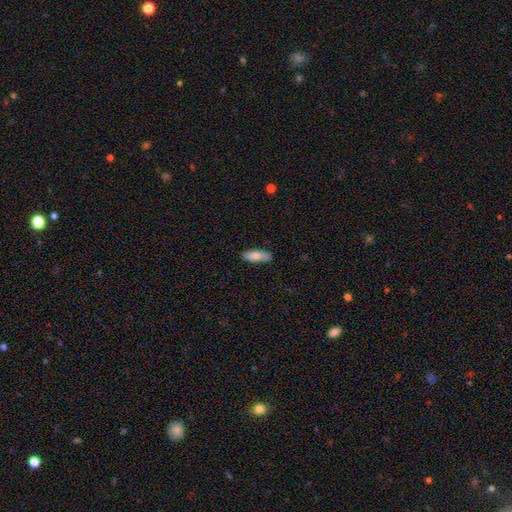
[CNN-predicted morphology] smooth_or_featured: smooth (p=0.79) [alt: featured or disk p=0.15]
how_rounded: in between (p=0.66) [alt: cigar-shaped p=0.32]
merging: none (p=0.85) [alt: minor disturbance p=0.11]